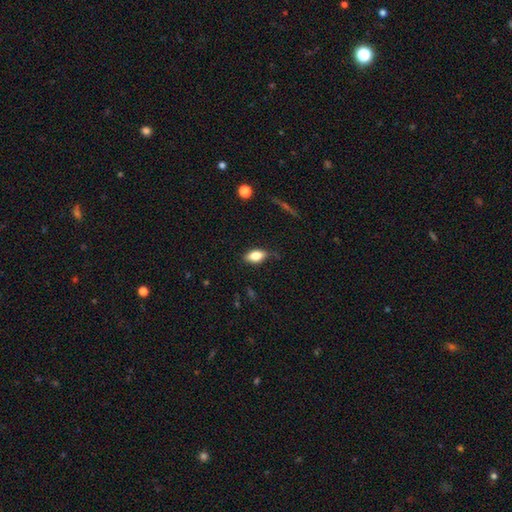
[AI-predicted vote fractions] Overall: smooth (77%). How rounded: in between (88%). Merging: none (75%).